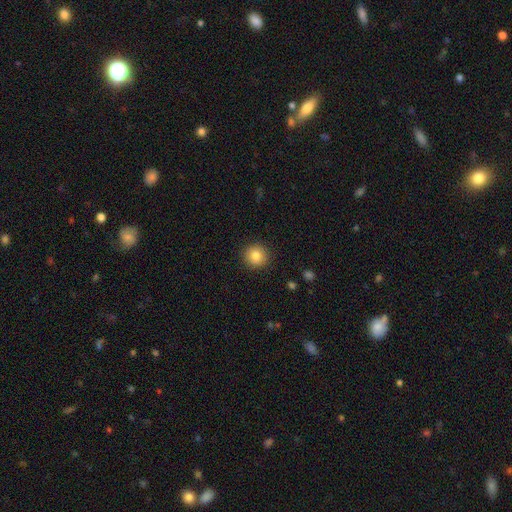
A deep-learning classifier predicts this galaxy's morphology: Smooth or featured: smooth — 84% (star or artifact — 10%)
How rounded: round — 93% (in between — 6%)
Merging: none — 91% (minor disturbance — 6%)